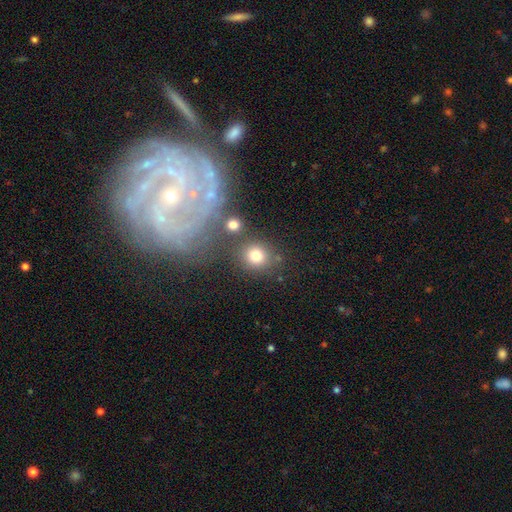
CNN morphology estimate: Smooth or featured: smooth — 76% (star or artifact — 14%)
How rounded: round — 84% (in between — 15%)
Merging: none — 72% (merger — 12%)